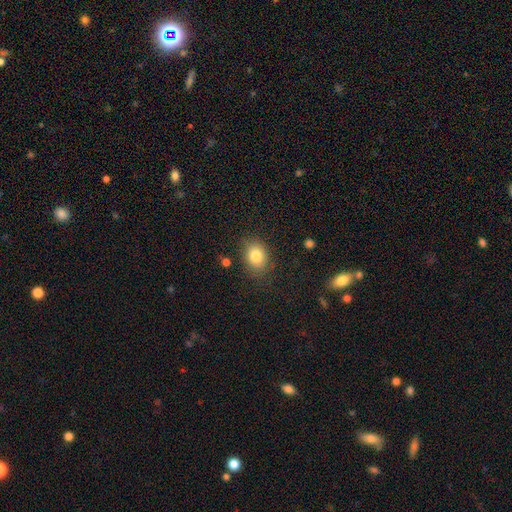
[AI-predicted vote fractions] Overall: smooth (81%). How rounded: in between (57%; round 42%). Merging: none (79%).